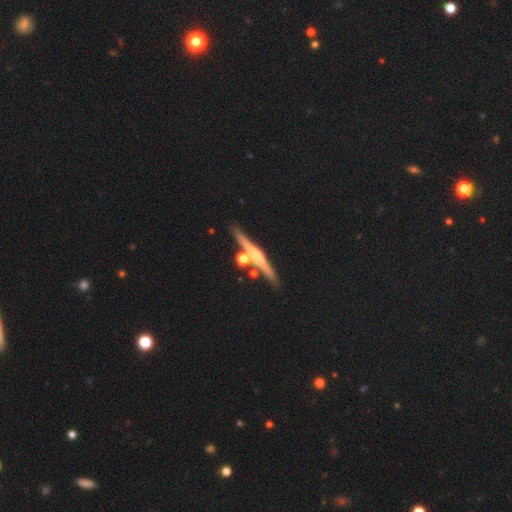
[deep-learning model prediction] A featured or disk galaxy (72%) viewed edge-on (97%) with a rounded central bulge (88%). Merging: none (78%).